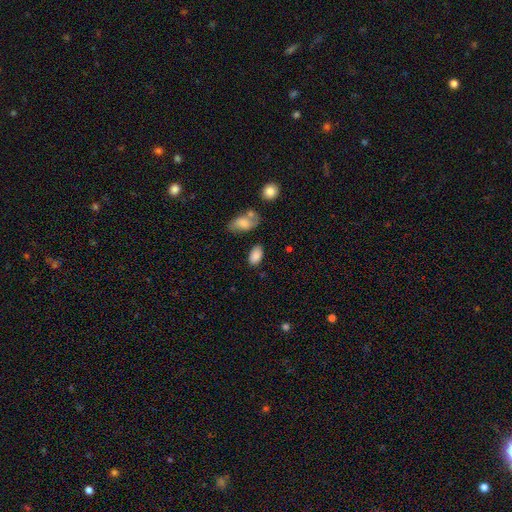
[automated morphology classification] smooth-or-featured: smooth: 85% | star or artifact: 8% | featured or disk: 7%
  how-rounded: in between: 93% | round: 5% | cigar-shaped: 2%
  merging: none: 76% | minor disturbance: 14% | merger: 6% | major disturbance: 4%